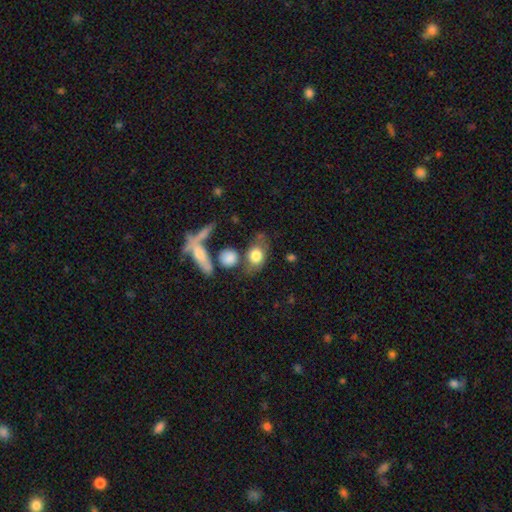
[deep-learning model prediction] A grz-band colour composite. It shows a smooth galaxy with no disk features (72%) that is in between round and cigar-shaped (64%). Merging: none (52%).